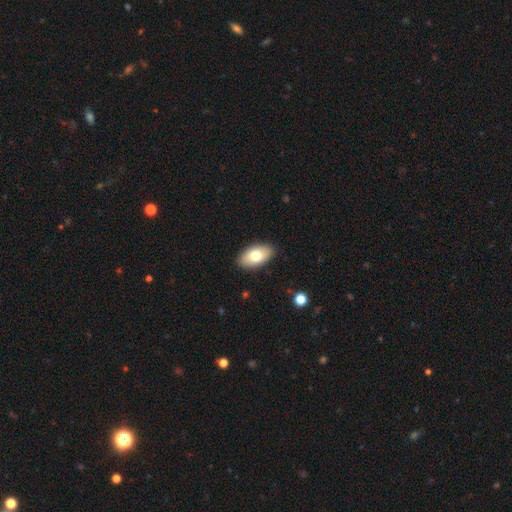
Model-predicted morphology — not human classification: Q: Smooth or featured?
A: smooth (76%); runner-up: featured or disk (18%)
Q: How rounded?
A: in between (94%); runner-up: round (4%)
Q: Merging?
A: none (88%); runner-up: minor disturbance (9%)